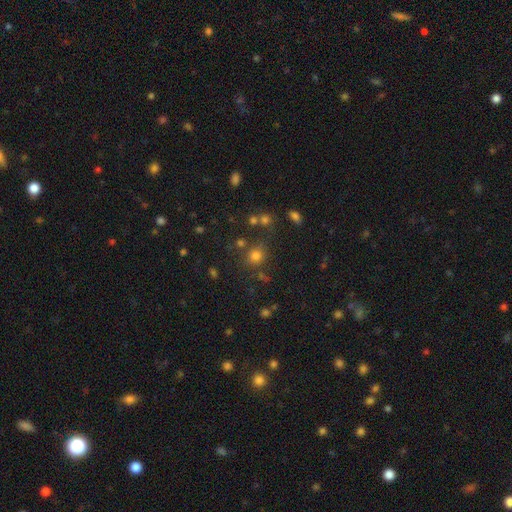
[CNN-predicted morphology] smooth-or-featured: smooth: 74% | star or artifact: 18% | featured or disk: 7%
  how-rounded: round: 83% | in between: 16% | cigar-shaped: 1%
  merging: none: 73% | minor disturbance: 12% | merger: 10% | major disturbance: 6%